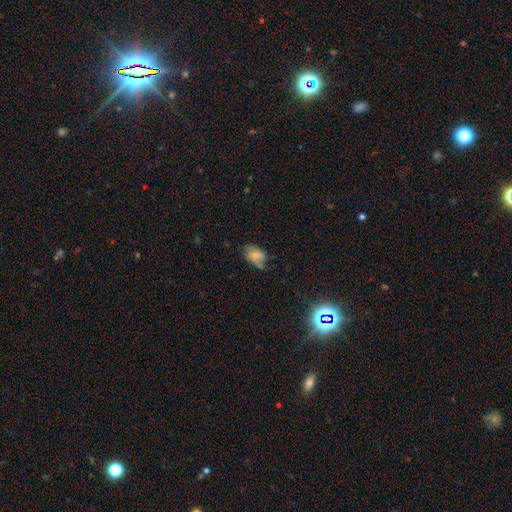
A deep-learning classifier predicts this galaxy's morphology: Smooth or featured? smooth (66%)
How rounded? in between (87%)
Merging? none (47%)